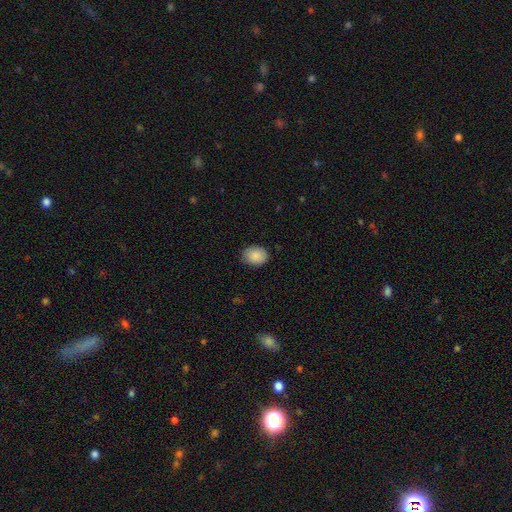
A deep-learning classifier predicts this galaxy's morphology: smooth 89%, star or artifact 7%, featured or disk 4%. Down the decision tree: how rounded — in between (56%); merging — none (85%).